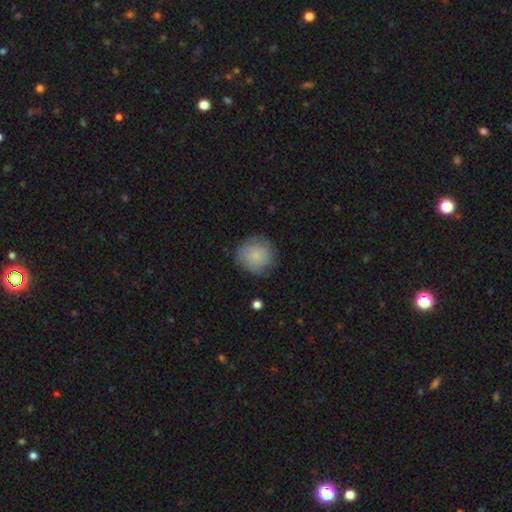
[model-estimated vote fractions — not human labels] A smooth galaxy with no disk features (79%) that is round (91%). Merging: none (77%).